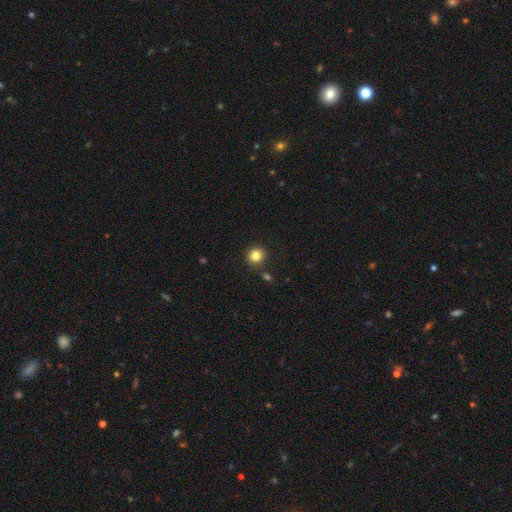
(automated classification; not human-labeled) smooth_or_featured: smooth (p=0.83) [alt: star or artifact p=0.11]
how_rounded: round (p=0.92) [alt: in between p=0.07]
merging: none (p=0.88) [alt: minor disturbance p=0.07]